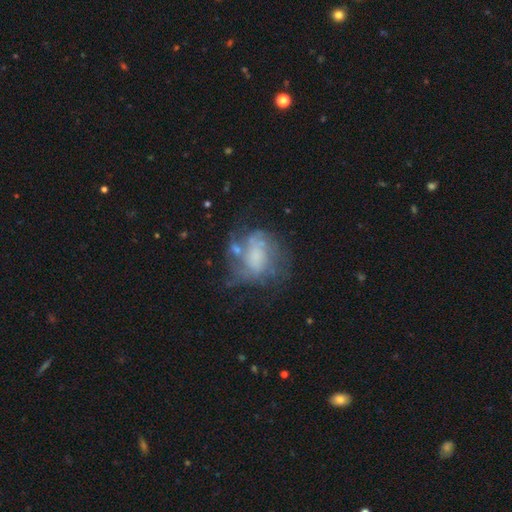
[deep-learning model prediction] Smooth or featured? featured or disk (63%)
Edge-on disk? no (97%)
Bar? no (68%)
Spiral arms? yes (64%)
Bulge size? none (39%)
Merging? none (44%)